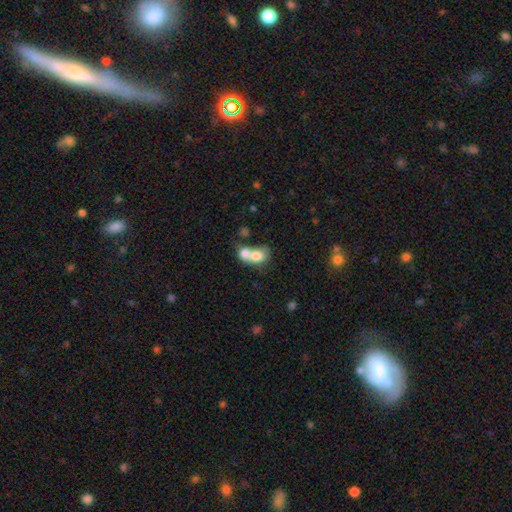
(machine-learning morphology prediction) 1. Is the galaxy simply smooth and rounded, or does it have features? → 71% smooth, 20% featured or disk, 8% star or artifact.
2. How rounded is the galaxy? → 54% in between, 44% round, 1% cigar-shaped.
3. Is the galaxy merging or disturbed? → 75% merger, 15% none, 5% minor disturbance, 4% major disturbance.